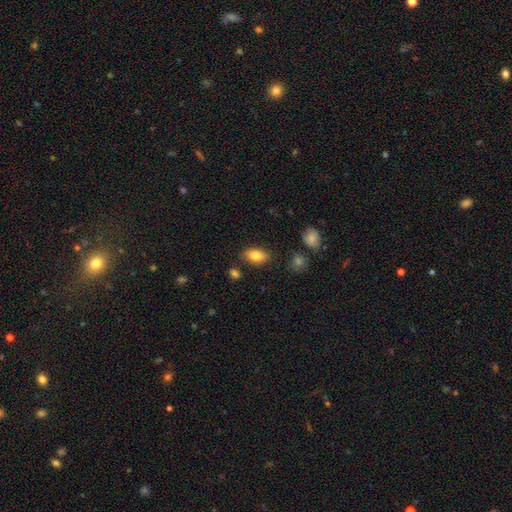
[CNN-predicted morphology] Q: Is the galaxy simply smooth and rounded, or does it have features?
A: smooth — 83%.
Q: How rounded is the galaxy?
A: in between — 91%.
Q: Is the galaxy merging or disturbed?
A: none — 82%.